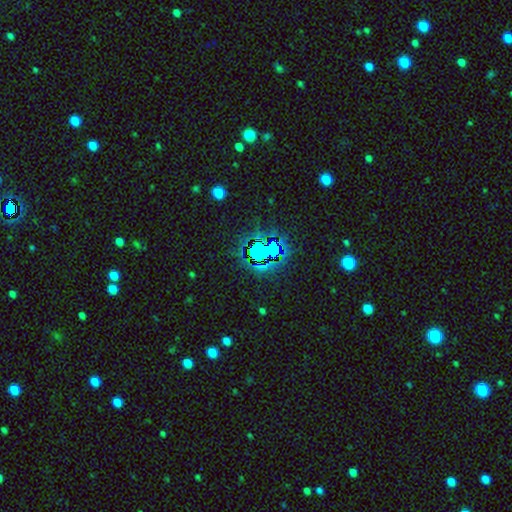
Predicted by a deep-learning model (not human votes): The model was most divided on "smooth or featured": star or artifact: 68%, smooth: 20%, featured or disk: 12%.